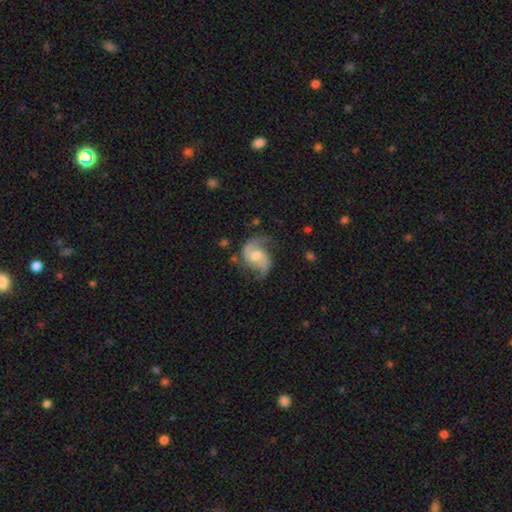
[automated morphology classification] This appears to be a featured or disk galaxy (85%) with no bar (50%), 2 (88%) medium (50%) spiral arms (96%) and a moderate central bulge (63%). Merging: none (64%).